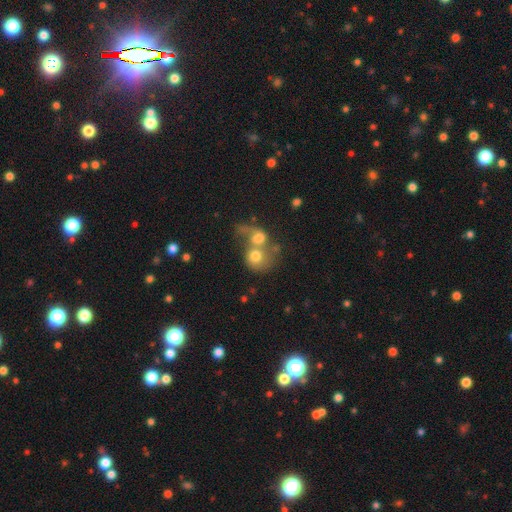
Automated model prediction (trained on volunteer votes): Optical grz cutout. It shows a smooth galaxy with no disk features (62%) that is round (68%). Merging: merger (76%).